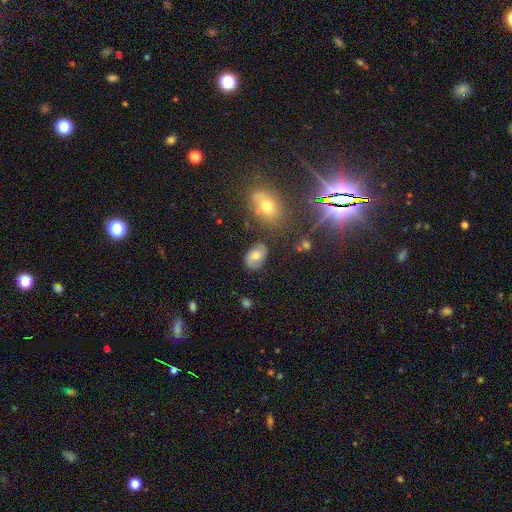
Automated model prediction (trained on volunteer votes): Smooth or featured?
  - smooth: 58% *
  - featured or disk: 30%
  - star or artifact: 12%
How rounded?
  - in between: 83% *
  - round: 15%
  - cigar-shaped: 1%
Merging?
  - none: 79% *
  - minor disturbance: 14%
  - major disturbance: 4%
  - merger: 4%